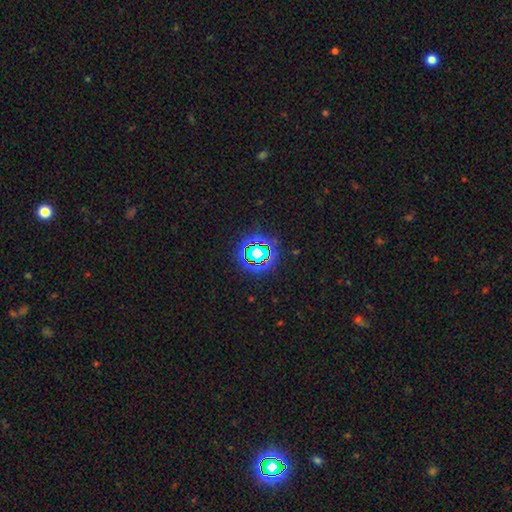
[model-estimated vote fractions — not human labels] Q: Smooth or featured?
A: star or artifact (68%); runner-up: smooth (20%)